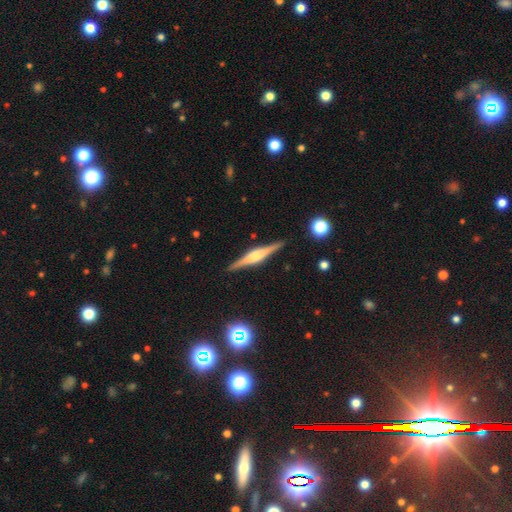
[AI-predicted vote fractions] featured or disk 79%, smooth 15%, star or artifact 6%. Down the decision tree: edge-on disk — yes (98%); edge-on bulge — rounded (74%); merging — none (90%).